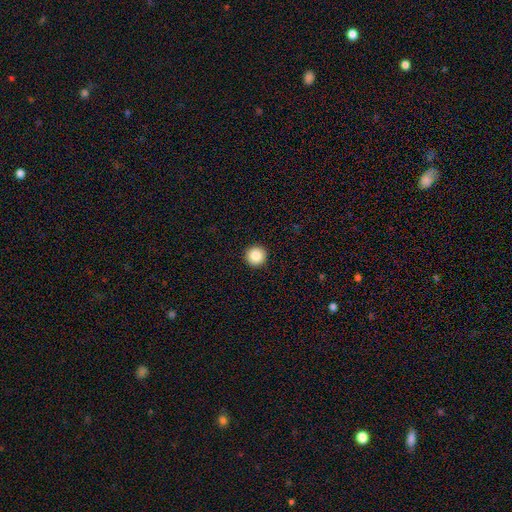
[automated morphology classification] The model was most divided on "smooth or featured": smooth: 87%, star or artifact: 9%, featured or disk: 4%. More confident: how rounded — round (96%); merging — none (94%).